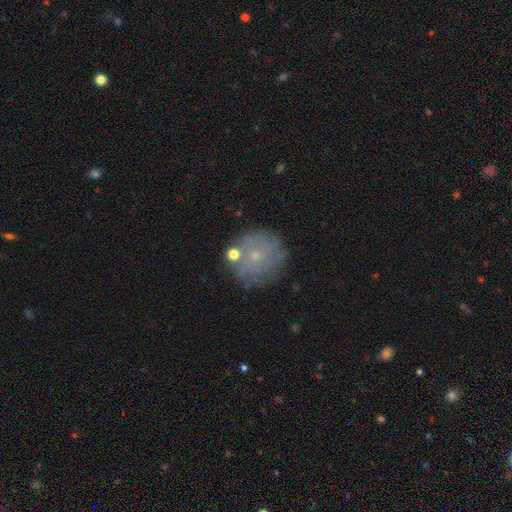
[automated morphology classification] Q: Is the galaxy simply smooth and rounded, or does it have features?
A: featured or disk — 44%.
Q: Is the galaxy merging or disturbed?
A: none — 75%.